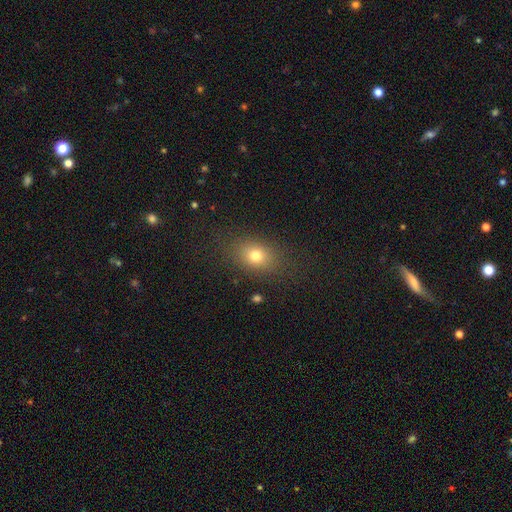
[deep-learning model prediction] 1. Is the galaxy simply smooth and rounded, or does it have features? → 76% smooth, 13% star or artifact, 11% featured or disk.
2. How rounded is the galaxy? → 61% in between, 37% round, 2% cigar-shaped.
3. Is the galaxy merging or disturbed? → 79% none, 12% minor disturbance, 7% major disturbance, 1% merger.